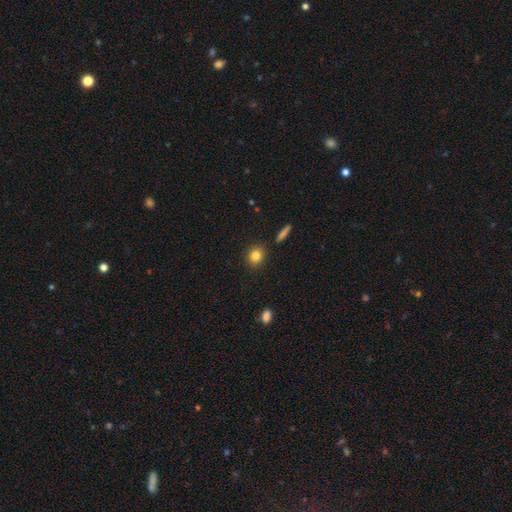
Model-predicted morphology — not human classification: Smooth or featured? Predicted: smooth (p=0.83). How rounded? Predicted: round (p=0.78). Merging? Predicted: none (p=0.89).